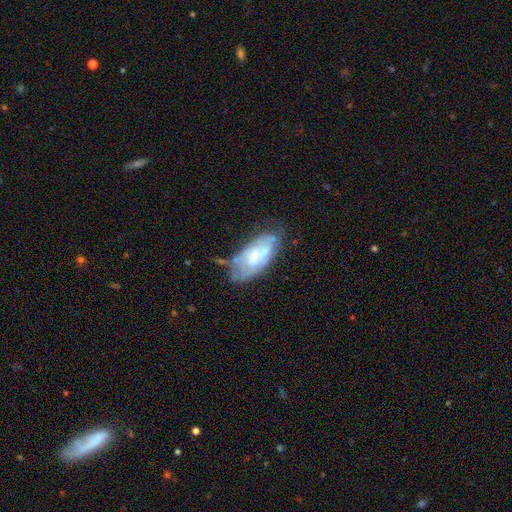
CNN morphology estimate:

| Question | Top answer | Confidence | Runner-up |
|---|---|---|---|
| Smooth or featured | featured or disk | 57% | smooth (35%) |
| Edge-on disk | no | 91% | yes (9%) |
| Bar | no | 66% | weak (26%) |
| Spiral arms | no | 51% | yes (49%) |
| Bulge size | small | 33% | moderate (28%) |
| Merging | none | 52% | minor disturbance (29%) |